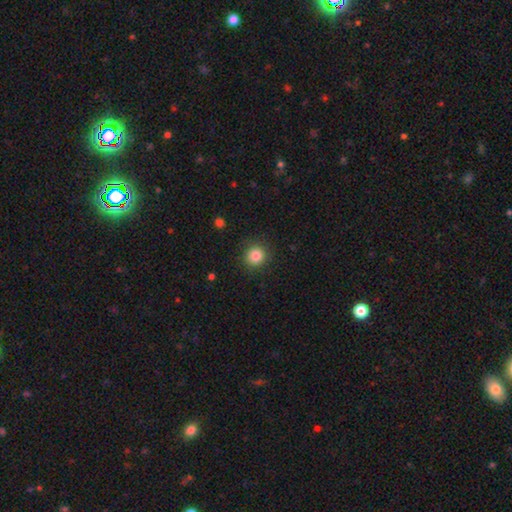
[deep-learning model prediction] Smooth or featured? smooth (85%)
How rounded? round (91%)
Merging? none (88%)